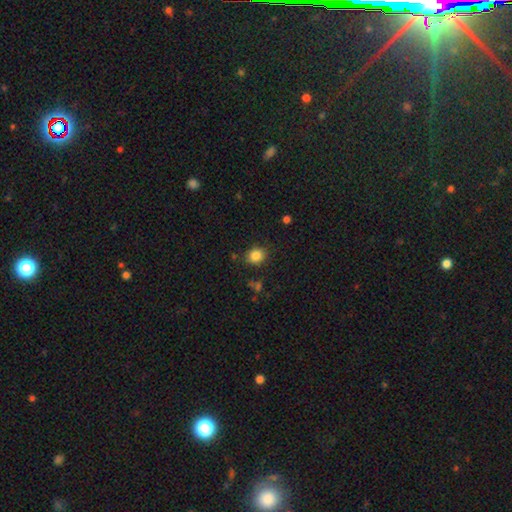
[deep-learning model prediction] Q: Smooth or featured?
A: smooth (85%); runner-up: star or artifact (10%)
Q: How rounded?
A: round (65%); runner-up: in between (34%)
Q: Merging?
A: none (84%); runner-up: minor disturbance (10%)